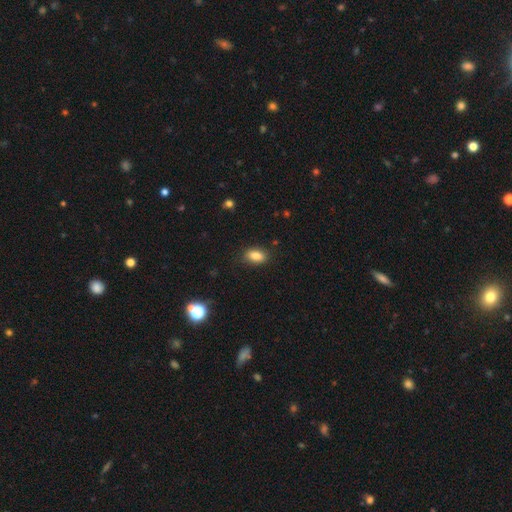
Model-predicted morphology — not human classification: type=smooth (86%); roundness=in between (87%); merging=none (83%).